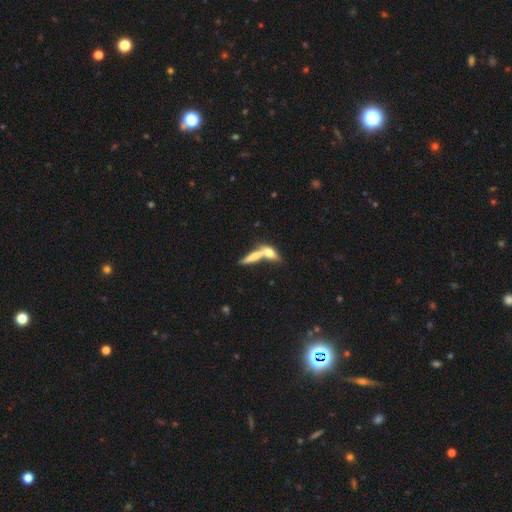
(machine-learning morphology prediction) Smooth or featured?
  - smooth: 56% *
  - featured or disk: 35%
  - star or artifact: 8%
How rounded?
  - cigar-shaped: 67% *
  - in between: 29%
  - round: 5%
Merging?
  - merger: 56% *
  - none: 31%
  - minor disturbance: 8%
  - major disturbance: 5%